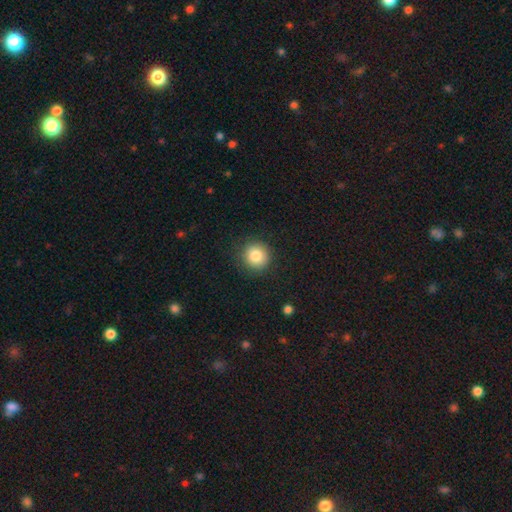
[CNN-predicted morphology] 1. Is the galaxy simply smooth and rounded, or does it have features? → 84% smooth, 10% star or artifact, 6% featured or disk.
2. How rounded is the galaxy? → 93% round, 6% in between, 1% cigar-shaped.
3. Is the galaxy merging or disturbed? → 89% none, 8% minor disturbance, 3% major disturbance, 1% merger.